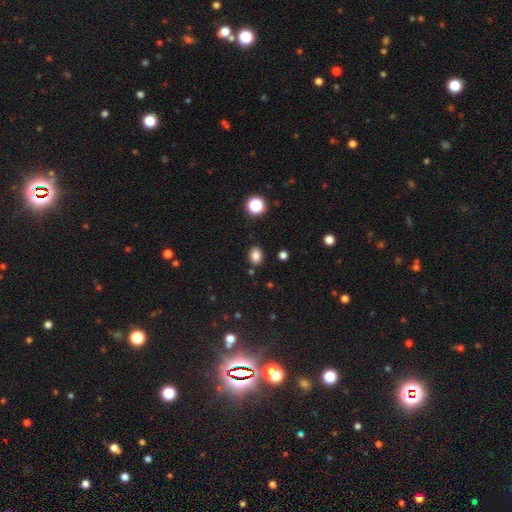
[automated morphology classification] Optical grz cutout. It shows a smooth galaxy with no disk features (83%) that is in between round and cigar-shaped (61%). Merging: none (84%).